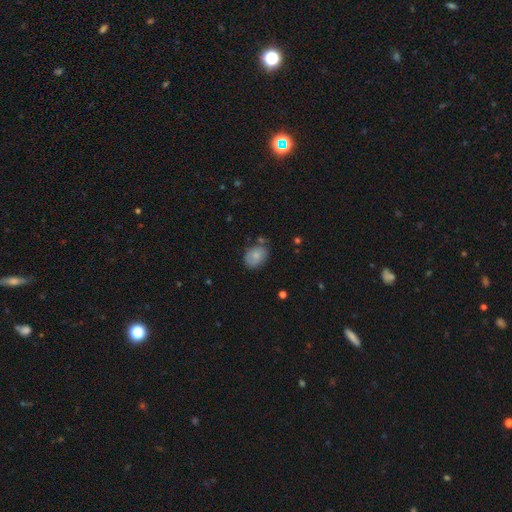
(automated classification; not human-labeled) Smooth or featured: smooth — 70% (featured or disk — 21%)
How rounded: in between — 69% (round — 30%)
Merging: none — 65% (minor disturbance — 24%)